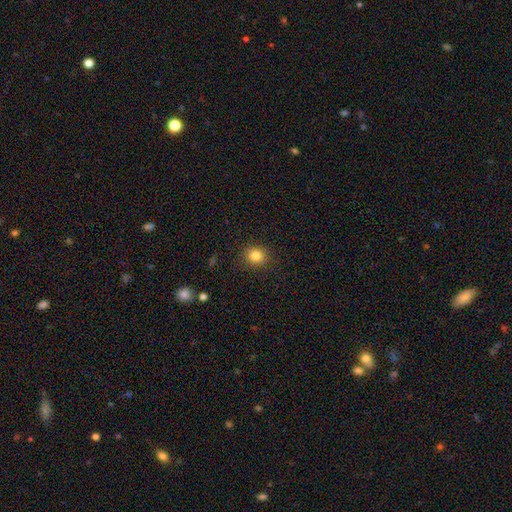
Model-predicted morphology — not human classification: smooth 84%, star or artifact 11%, featured or disk 5%. Down the decision tree: how rounded — round (79%); merging — none (89%).